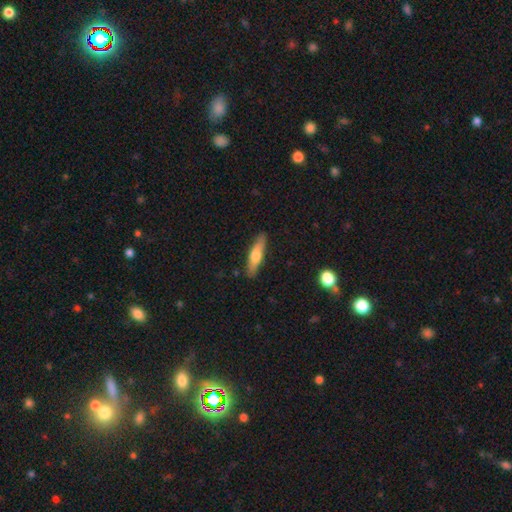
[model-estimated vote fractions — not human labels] smooth-or-featured: smooth: 58% | featured or disk: 36% | star or artifact: 6%
  how-rounded: cigar-shaped: 73% | in between: 25% | round: 2%
  merging: none: 86% | minor disturbance: 11% | major disturbance: 2% | merger: 1%